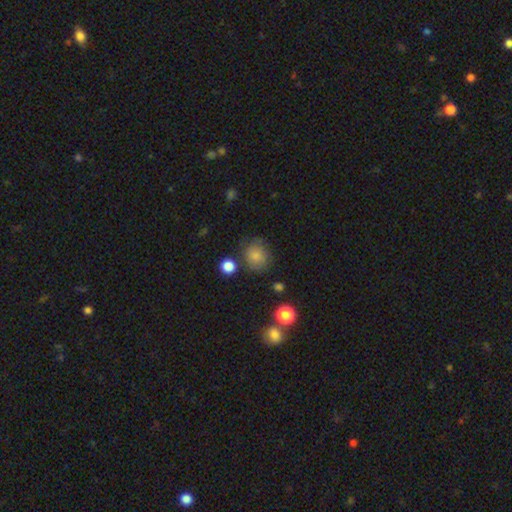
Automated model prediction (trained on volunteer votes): Morphology: type=smooth (79%); roundness=round (75%); merging=none (71%).